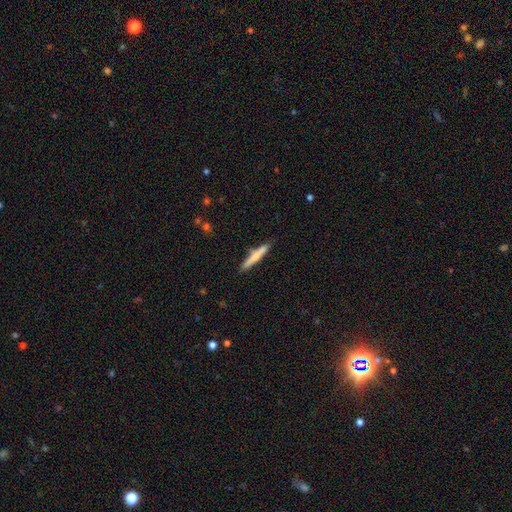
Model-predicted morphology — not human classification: Smooth or featured? Predicted: smooth (p=0.59). How rounded? Predicted: cigar-shaped (p=0.94). Merging? Predicted: none (p=0.80).